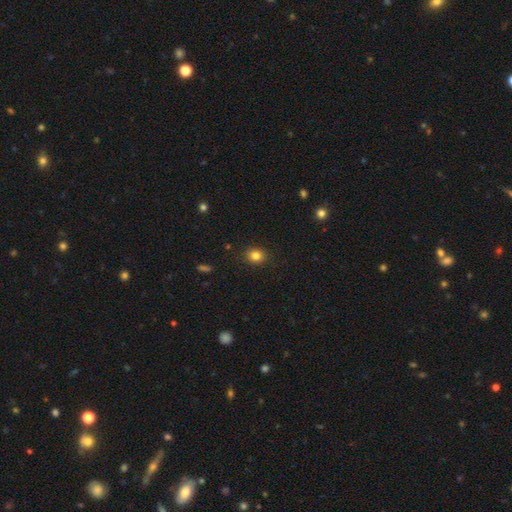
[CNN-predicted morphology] This appears to be a smooth galaxy with no disk features (83%) that is round (70%). Merging: none (88%).